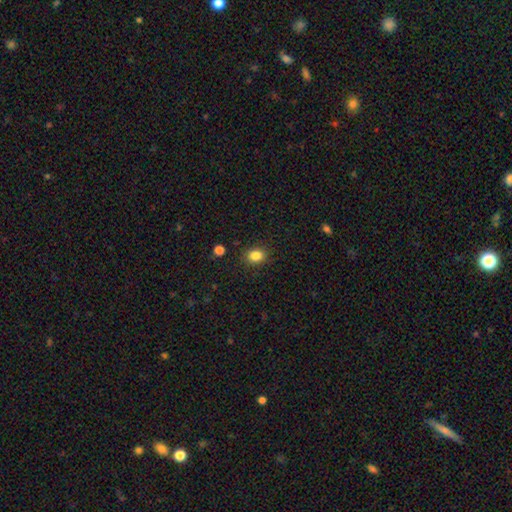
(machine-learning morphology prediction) The model was most divided on "how rounded" (2-way tie): round: 50%, in between: 50%, cigar-shaped: 1%. More confident: merging — none (87%); smooth or featured — smooth (84%).